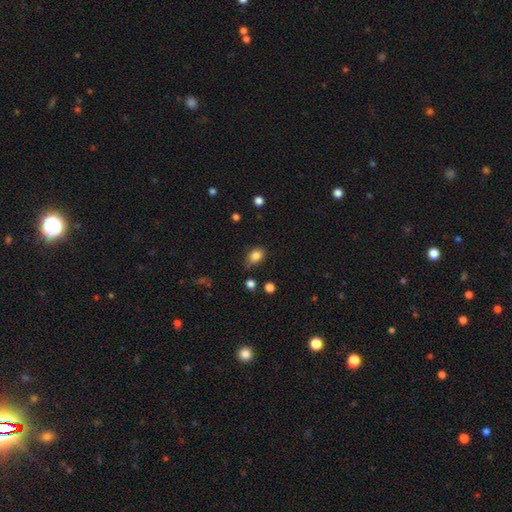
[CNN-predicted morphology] This is clearly a smooth galaxy (84%). How rounded: likely in between (70%). Merging: likely none (67%).